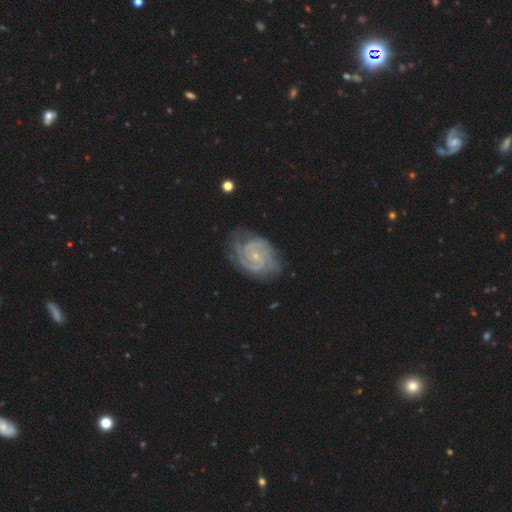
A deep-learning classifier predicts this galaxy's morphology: A featured or disk galaxy (89%) with no bar (60%), 2 (40%) tight (63%) spiral arms (98%) and a small central bulge (81%).

Vote fractions:
- Smooth or featured? featured or disk: 89% / smooth: 6% / star or artifact: 5%
- Edge-on disk? no: 98% / yes: 2%
- Bar? no: 60% / weak: 33% / strong: 7%
- Spiral arms? yes: 98% / no: 2%
- Spiral winding? tight: 63% / medium: 31% / loose: 5%
- Spiral arm count? 2: 40% / 3: 22% / can't tell: 17% / 4: 10% / more than 4: 6% / 1: 6%
- Bulge size? small: 81% / moderate: 14% / none: 3% / large: 1% / dominant: 1%
- Merging? none: 72% / minor disturbance: 19% / major disturbance: 7% / merger: 1%